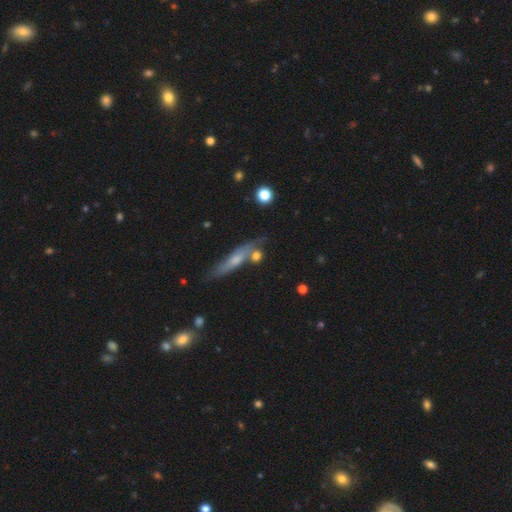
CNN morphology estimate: A smooth galaxy with no disk features (64%) that is round (52%). Merging: none (57%).